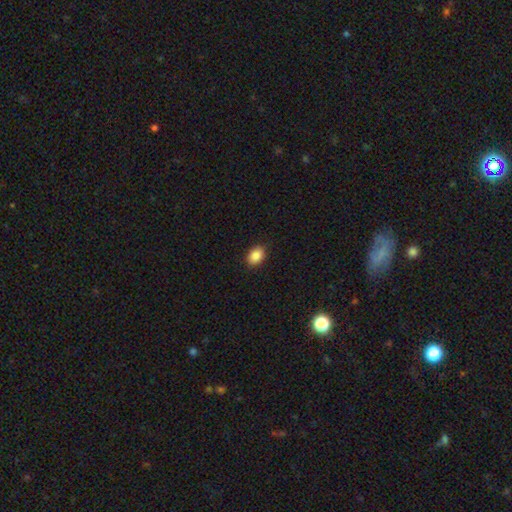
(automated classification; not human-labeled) The model was most divided on "how rounded": in between: 77%, round: 22%, cigar-shaped: 1%. More confident: merging — none (88%); smooth or featured — smooth (88%).